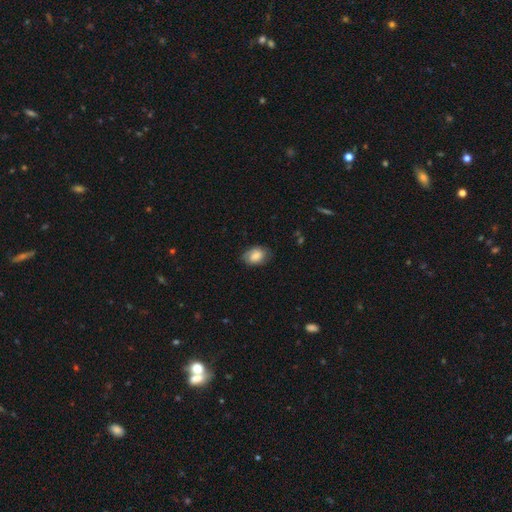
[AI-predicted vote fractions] Smooth or featured? Predicted: smooth (p=0.72). How rounded? Predicted: in between (p=0.81). Merging? Predicted: none (p=0.74).